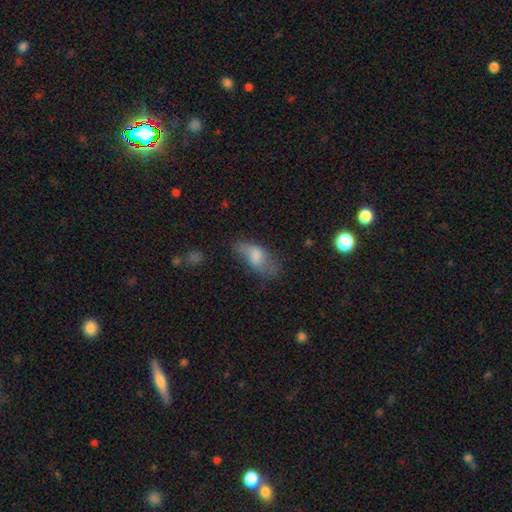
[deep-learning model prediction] This is likely a smooth galaxy (66%). How rounded: clearly in between (84%). Merging: possibly none (48%).